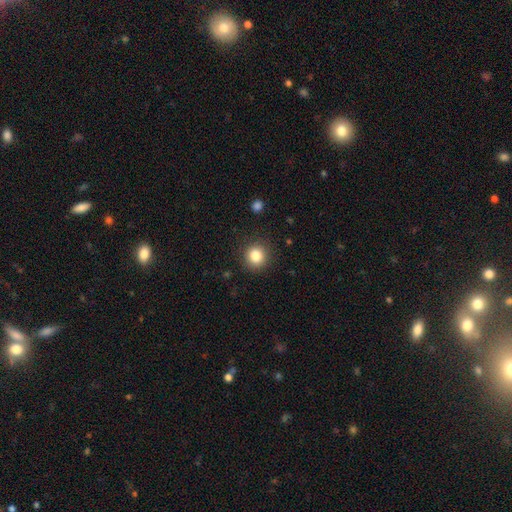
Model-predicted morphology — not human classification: A smooth galaxy with no disk features (84%) that is round (91%). Merging: none (90%).